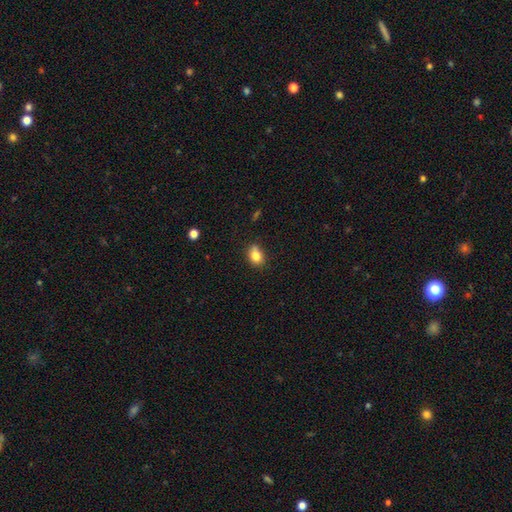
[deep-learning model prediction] A smooth galaxy with no disk features (81%) that is in between round and cigar-shaped (64%). Merging: none (67%).